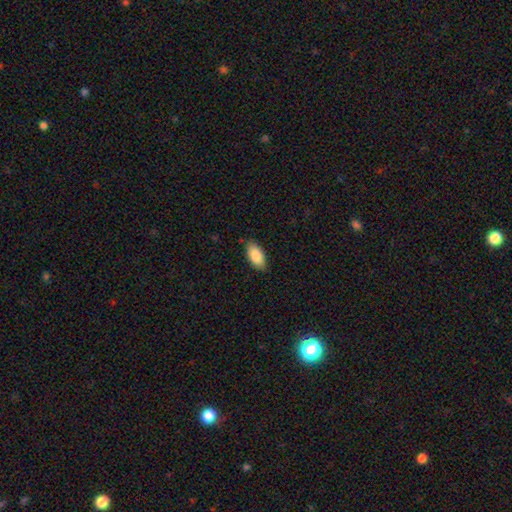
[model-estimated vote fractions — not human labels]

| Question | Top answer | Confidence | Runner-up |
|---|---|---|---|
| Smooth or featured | smooth | 87% | featured or disk (7%) |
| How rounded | in between | 92% | cigar-shaped (6%) |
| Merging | none | 83% | minor disturbance (13%) |